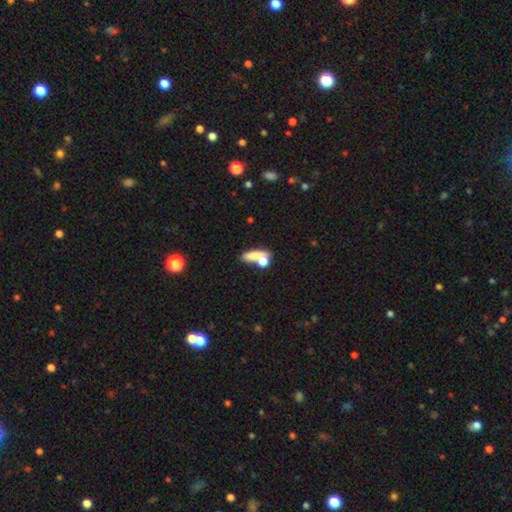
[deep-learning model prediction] Smooth or featured? smooth (73%)
How rounded? in between (53%)
Merging? none (42%)